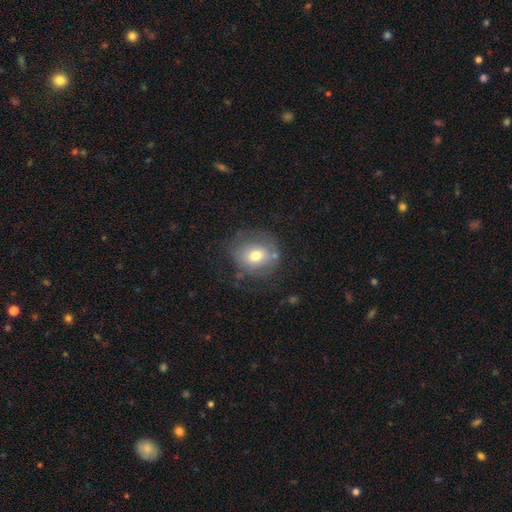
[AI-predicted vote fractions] The model was most divided on "smooth or featured": smooth: 65%, featured or disk: 26%, star or artifact: 10%. More confident: how rounded — round (78%); merging — none (63%).